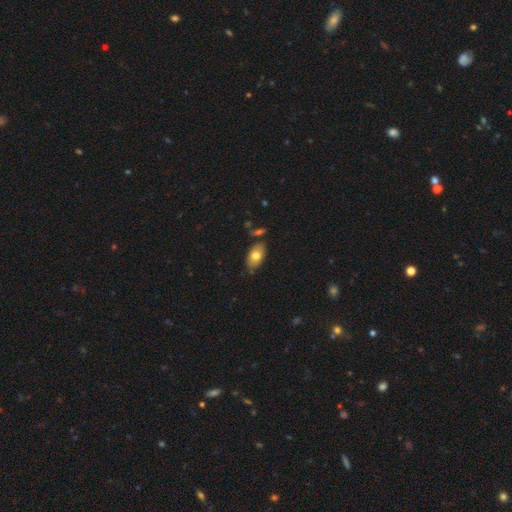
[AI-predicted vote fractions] Q: Smooth or featured?
A: smooth (74%); runner-up: featured or disk (18%)
Q: How rounded?
A: in between (91%); runner-up: round (7%)
Q: Merging?
A: none (74%); runner-up: minor disturbance (18%)